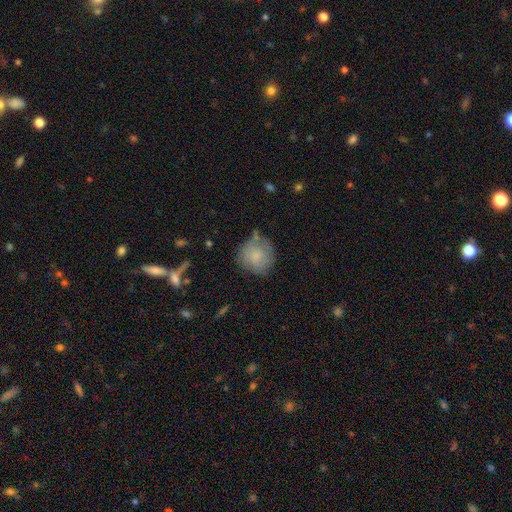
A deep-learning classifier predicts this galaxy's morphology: smooth 73%, featured or disk 20%, star or artifact 7%. Down the decision tree: how rounded — round (89%); merging — none (64%).